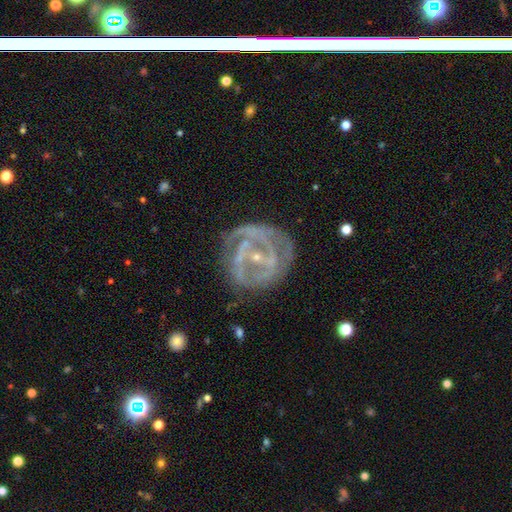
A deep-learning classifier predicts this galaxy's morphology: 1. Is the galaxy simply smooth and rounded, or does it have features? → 84% featured or disk, 9% smooth, 8% star or artifact.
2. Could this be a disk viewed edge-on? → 97% no, 3% yes.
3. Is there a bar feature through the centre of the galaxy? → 38% weak, 35% strong, 27% no.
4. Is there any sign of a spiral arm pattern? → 82% yes, 18% no.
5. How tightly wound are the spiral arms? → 56% tight, 33% medium, 11% loose.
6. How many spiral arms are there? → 37% 2, 29% can't tell, 18% 3, 6% 1, 6% 4, 5% more than 4.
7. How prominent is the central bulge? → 78% small, 16% moderate, 4% none, 1% large, 1% dominant.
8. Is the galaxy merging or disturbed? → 65% none, 19% minor disturbance, 14% major disturbance, 2% merger.